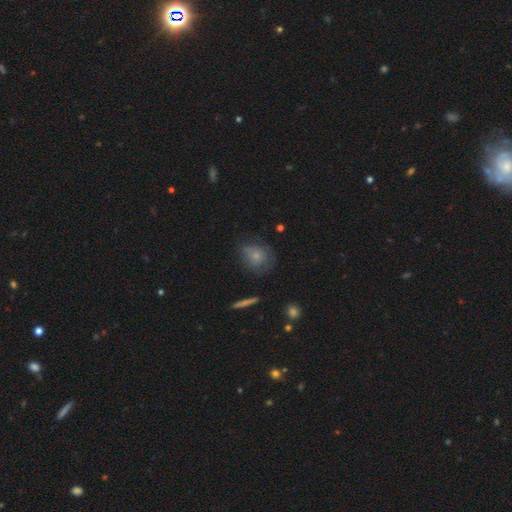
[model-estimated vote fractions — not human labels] Overall: smooth (68%). How rounded: round (64%; in between 34%). Merging: none (60%; minor disturbance 26%).